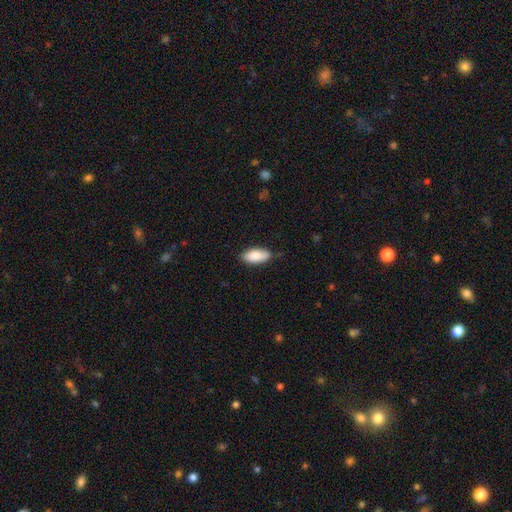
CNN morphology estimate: smooth-or-featured: smooth: 85% | featured or disk: 9% | star or artifact: 6%
  how-rounded: in between: 87% | cigar-shaped: 11% | round: 2%
  merging: none: 80% | minor disturbance: 16% | major disturbance: 2% | merger: 1%